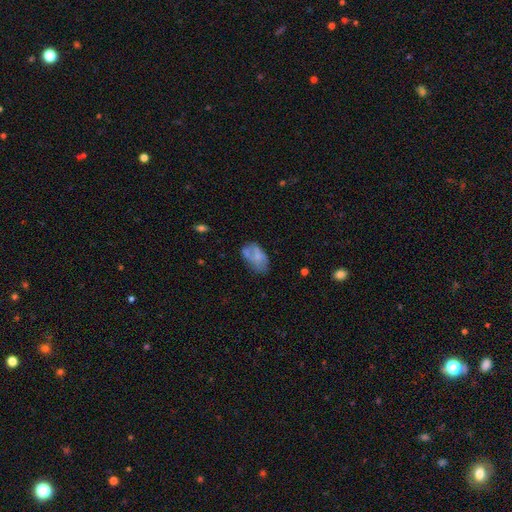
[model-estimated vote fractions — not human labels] Smooth or featured? Predicted: smooth (p=0.53). How rounded? Predicted: in between (p=0.90). Merging? Predicted: none (p=0.44).